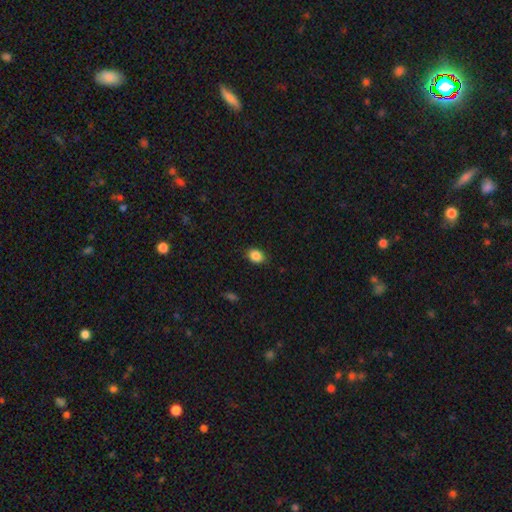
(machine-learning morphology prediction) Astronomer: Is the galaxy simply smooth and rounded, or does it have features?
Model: smooth — 86%.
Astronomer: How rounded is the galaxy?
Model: in between — 64%.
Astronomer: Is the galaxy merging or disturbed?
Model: none — 85%.